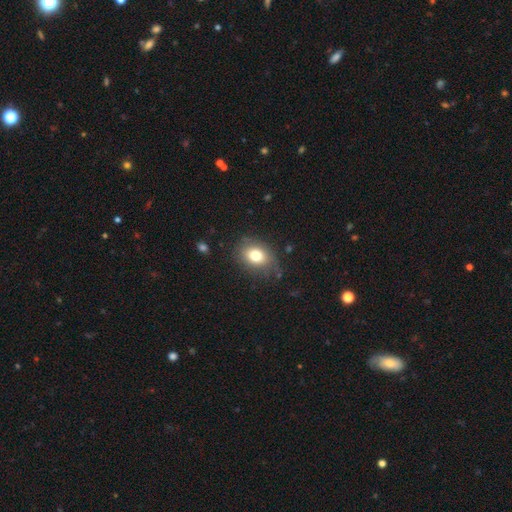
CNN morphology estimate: A smooth galaxy with no disk features (77%) that is in between round and cigar-shaped (61%).

Vote fractions:
- Smooth or featured? smooth: 77% / featured or disk: 13% / star or artifact: 10%
- How rounded? in between: 61% / round: 38% / cigar-shaped: 1%
- Merging? none: 76% / minor disturbance: 17% / major disturbance: 5% / merger: 2%